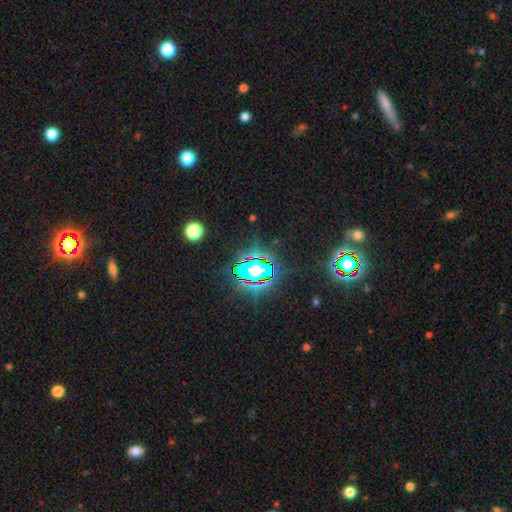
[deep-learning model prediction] A star or artifact, not a galaxy (80%).